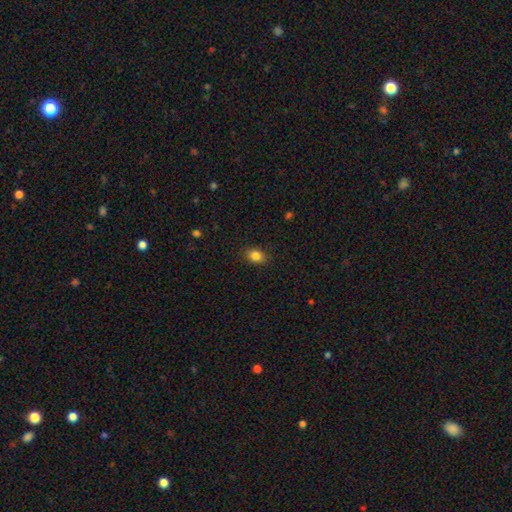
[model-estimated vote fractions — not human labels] This appears to be a smooth galaxy with no disk features (85%) that is in between round and cigar-shaped (64%). Merging: none (87%).